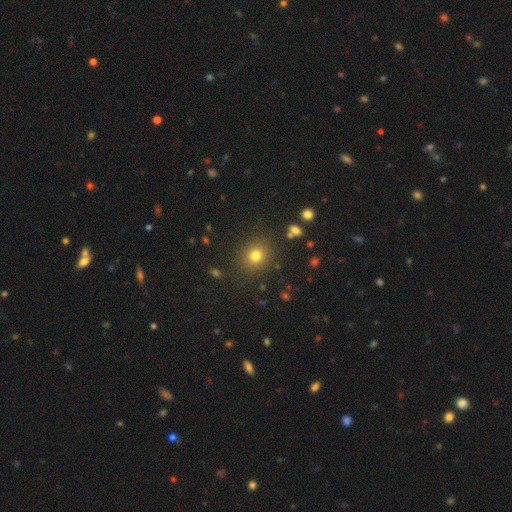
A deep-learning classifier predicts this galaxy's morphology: Smooth or featured? Predicted: smooth (p=0.77). How rounded? Predicted: round (p=0.80). Merging? Predicted: none (p=0.86).